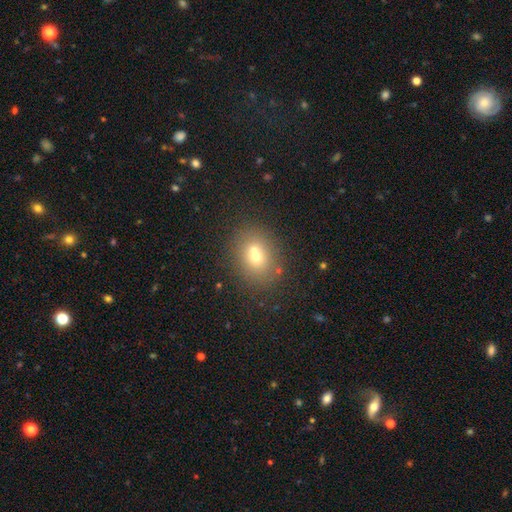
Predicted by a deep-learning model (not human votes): Q: Smooth or featured?
A: smooth (64%); runner-up: featured or disk (21%)
Q: How rounded?
A: in between (50%); runner-up: round (49%)
Q: Merging?
A: none (55%); runner-up: merger (31%)